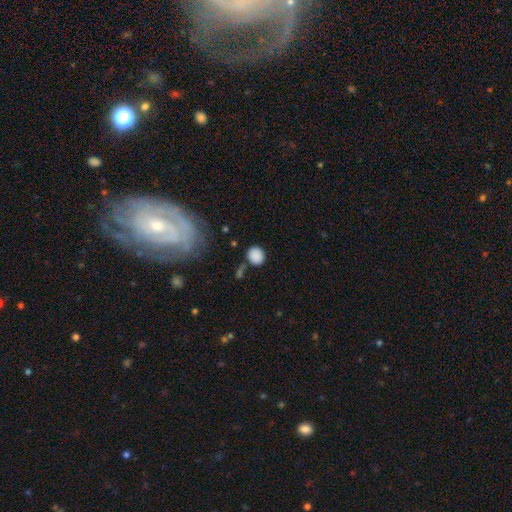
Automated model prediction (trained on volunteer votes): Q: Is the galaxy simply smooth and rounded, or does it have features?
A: smooth — 87%.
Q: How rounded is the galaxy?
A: round — 79%.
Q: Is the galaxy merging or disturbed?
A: none — 75%.